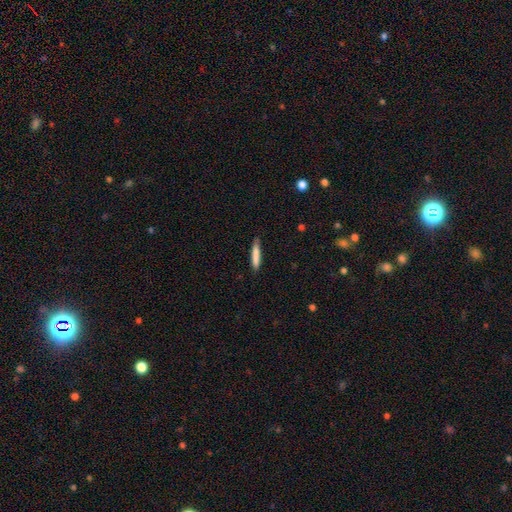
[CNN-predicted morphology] A smooth galaxy with no disk features (82%) that is cigar-shaped (92%). Merging: none (85%).